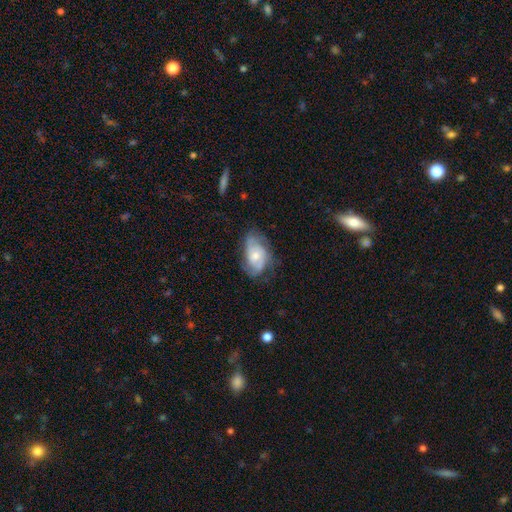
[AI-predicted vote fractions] This appears to be a featured or disk galaxy (57%) with no bar (70%), spiral arms (78%) and a moderate central bulge (52%). Merging: none (56%).